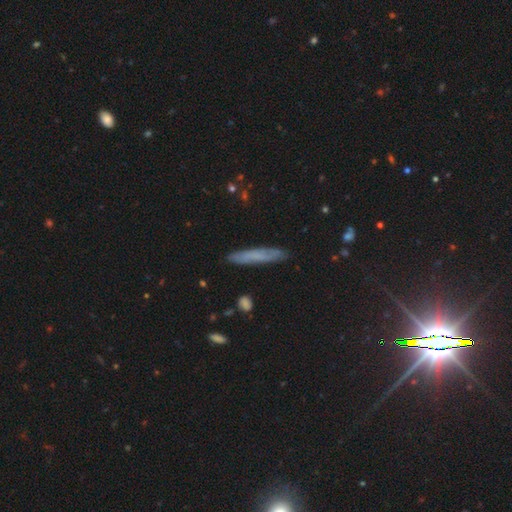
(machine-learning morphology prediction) smooth_or_featured: smooth (p=0.59) [alt: featured or disk p=0.32]
how_rounded: cigar-shaped (p=0.91) [alt: in between p=0.07]
merging: none (p=0.85) [alt: minor disturbance p=0.11]